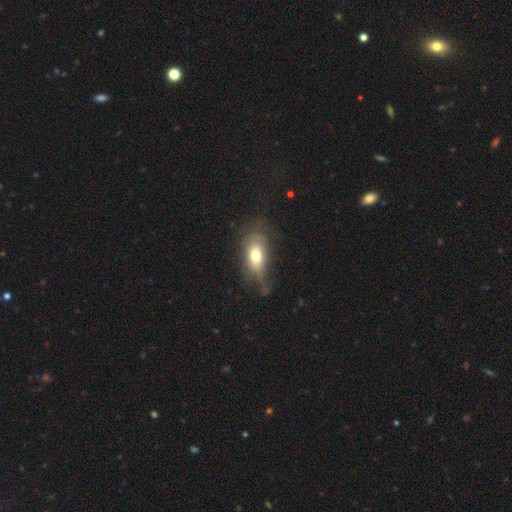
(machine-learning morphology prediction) This is likely a smooth galaxy (63%). How rounded: clearly in between (84%). Merging: possibly none (46%).